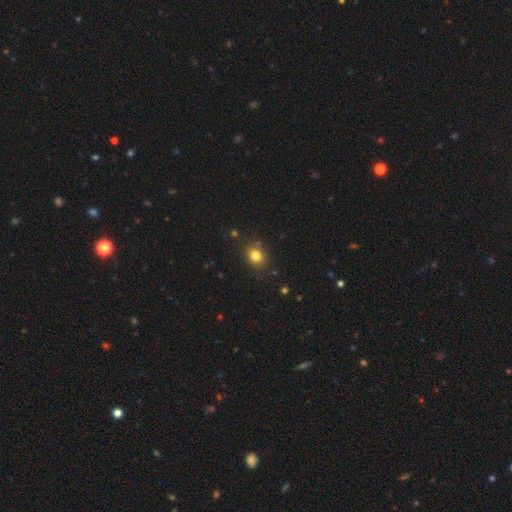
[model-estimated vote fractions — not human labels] A smooth galaxy with no disk features (81%) that is round (63%). Merging: none (84%).